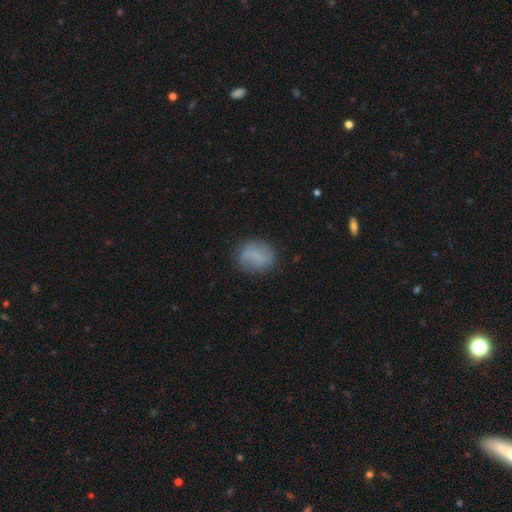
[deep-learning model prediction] Q: Smooth or featured?
A: smooth (67%); runner-up: featured or disk (24%)
Q: How rounded?
A: in between (50%); runner-up: round (48%)
Q: Merging?
A: none (75%); runner-up: minor disturbance (18%)